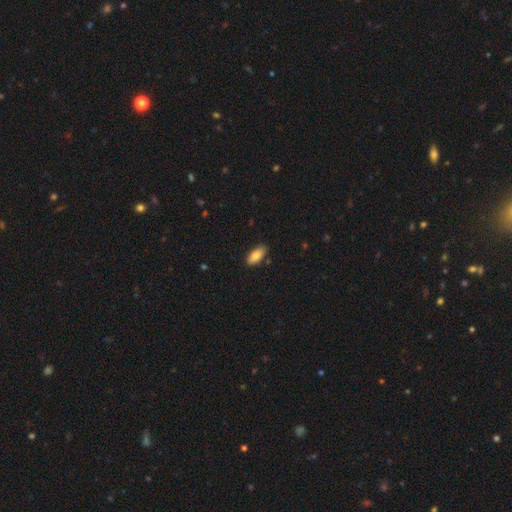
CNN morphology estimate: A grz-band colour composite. It shows a smooth galaxy with no disk features (82%) that is in between round and cigar-shaped (88%). Merging: none (86%).